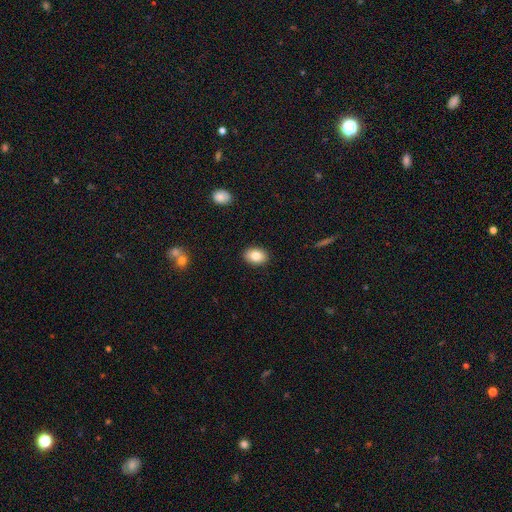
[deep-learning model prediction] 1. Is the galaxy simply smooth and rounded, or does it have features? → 84% smooth, 9% featured or disk, 8% star or artifact.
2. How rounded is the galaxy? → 77% in between, 22% round, 1% cigar-shaped.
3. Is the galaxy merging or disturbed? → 90% none, 7% minor disturbance, 2% major disturbance, 1% merger.